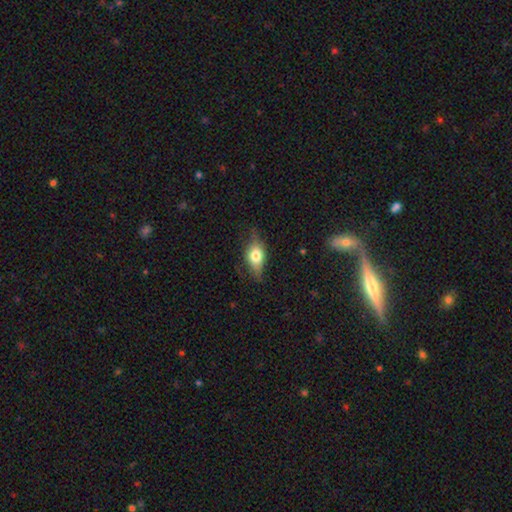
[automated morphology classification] A smooth galaxy with no disk features (64%) that is in between round and cigar-shaped (79%).

Vote fractions:
- Smooth or featured? smooth: 64% / featured or disk: 27% / star or artifact: 8%
- How rounded? in between: 79% / round: 12% / cigar-shaped: 9%
- Merging? none: 68% / minor disturbance: 24% / major disturbance: 6% / merger: 1%